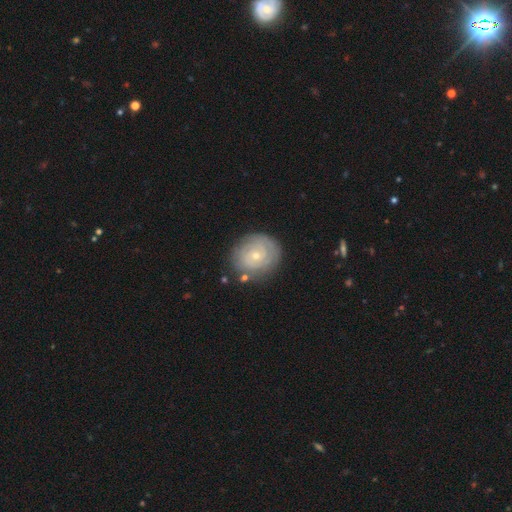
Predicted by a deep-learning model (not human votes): Morphology: type=featured or disk (67%); edge-on=no (97%); bar=no (81%); spiral arms=yes (80%); winding=tight (80%); arm count=can't tell (47%); bulge=small (71%); merging=none (79%).